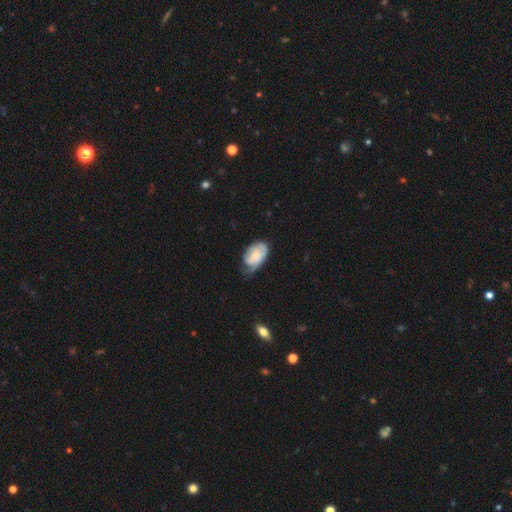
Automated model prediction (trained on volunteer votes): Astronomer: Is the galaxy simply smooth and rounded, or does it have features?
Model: featured or disk — 52% (runner-up: smooth, 42%).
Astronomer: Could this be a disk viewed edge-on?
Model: no — 95%.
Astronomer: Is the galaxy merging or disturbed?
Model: minor disturbance — 37%, tied with none at 37%.